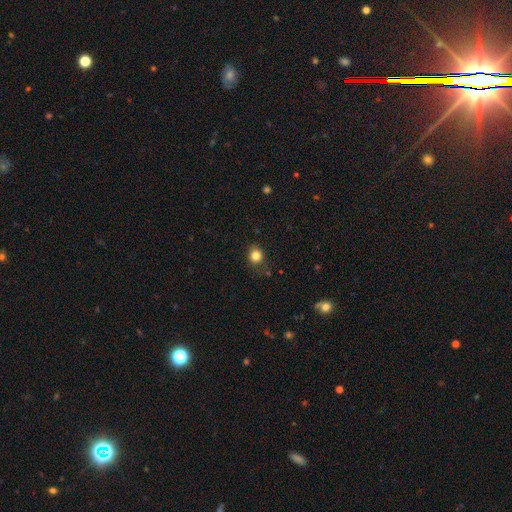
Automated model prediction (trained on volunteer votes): The model was most divided on "how rounded": round: 80%, in between: 19%, cigar-shaped: 1%. More confident: smooth or featured — smooth (82%); merging — none (81%).